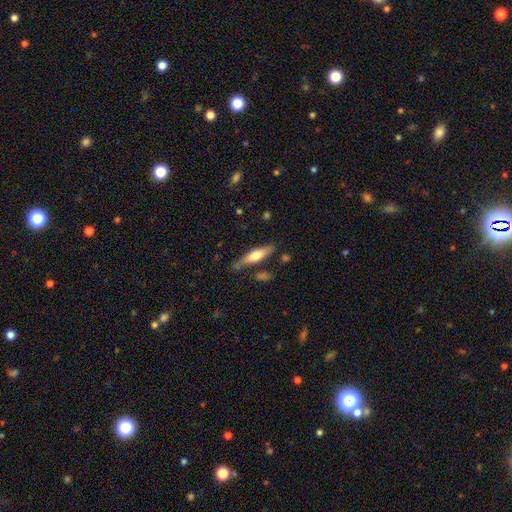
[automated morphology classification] Smooth or featured?
  - featured or disk: 51% *
  - smooth: 43%
  - star or artifact: 6%
Edge-on disk?
  - yes: 91% *
  - no: 9%
Merging?
  - none: 71% *
  - minor disturbance: 18%
  - merger: 5%
  - major disturbance: 5%